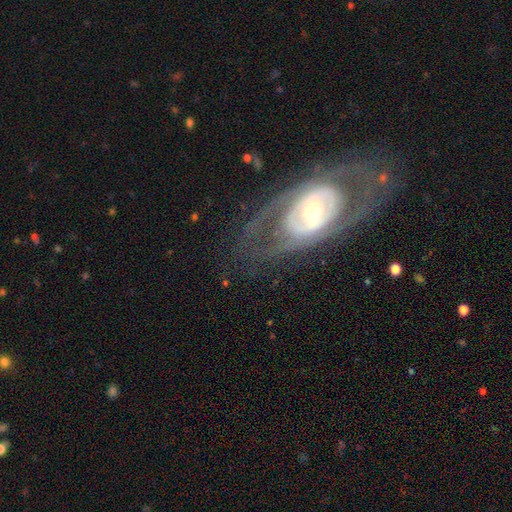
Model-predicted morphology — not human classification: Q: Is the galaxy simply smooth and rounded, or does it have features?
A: featured or disk — 78%.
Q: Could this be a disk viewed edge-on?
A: no — 91%.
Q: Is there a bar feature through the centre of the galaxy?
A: no — 60%.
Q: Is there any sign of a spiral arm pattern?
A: yes — 57%.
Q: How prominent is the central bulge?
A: small — 50%.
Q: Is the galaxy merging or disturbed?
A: none — 72%.